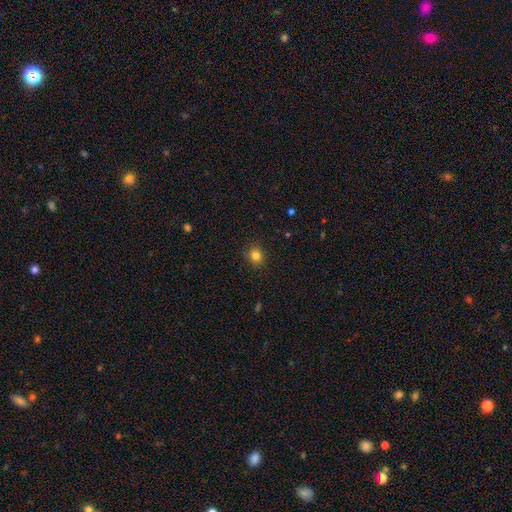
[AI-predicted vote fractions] smooth 83%, star or artifact 12%, featured or disk 5%. Down the decision tree: how rounded — round (76%); merging — none (87%).